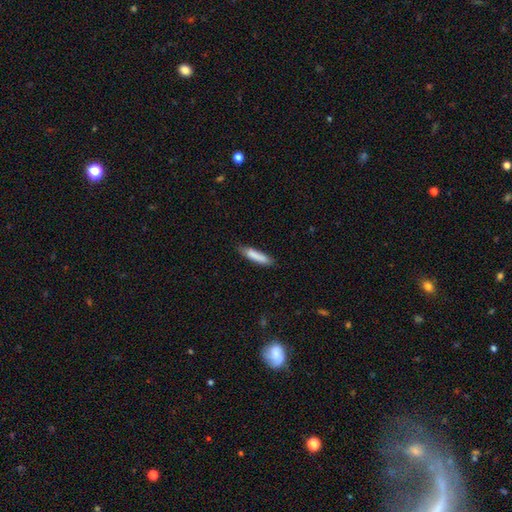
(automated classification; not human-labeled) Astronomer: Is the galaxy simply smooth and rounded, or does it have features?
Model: smooth — 84%.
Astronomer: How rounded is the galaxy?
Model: cigar-shaped — 82%.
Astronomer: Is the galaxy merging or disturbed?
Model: none — 77%.